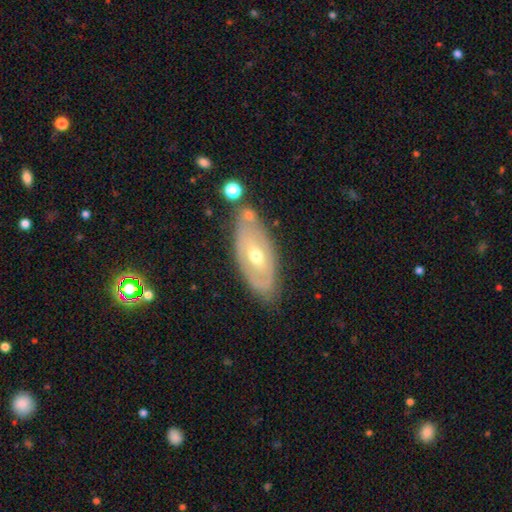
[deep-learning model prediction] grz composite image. It shows a featured or disk galaxy (66%) with no bar (71%), no spiral arms (59%) and a moderate central bulge (63%). Merging: none (72%).